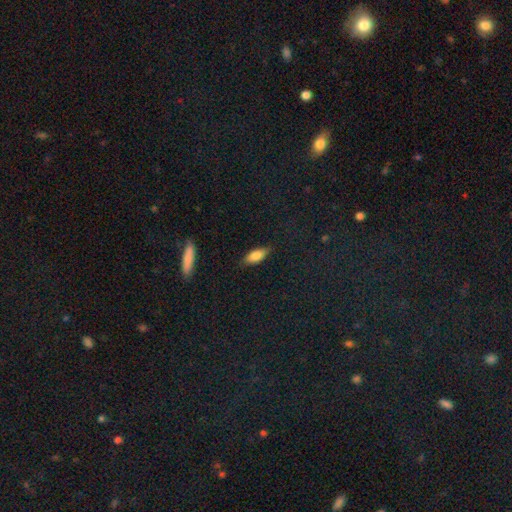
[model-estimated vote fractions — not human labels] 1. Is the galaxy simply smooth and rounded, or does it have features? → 81% smooth, 12% featured or disk, 7% star or artifact.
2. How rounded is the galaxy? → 76% in between, 22% cigar-shaped, 2% round.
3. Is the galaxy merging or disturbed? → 81% none, 14% minor disturbance, 3% major disturbance, 1% merger.